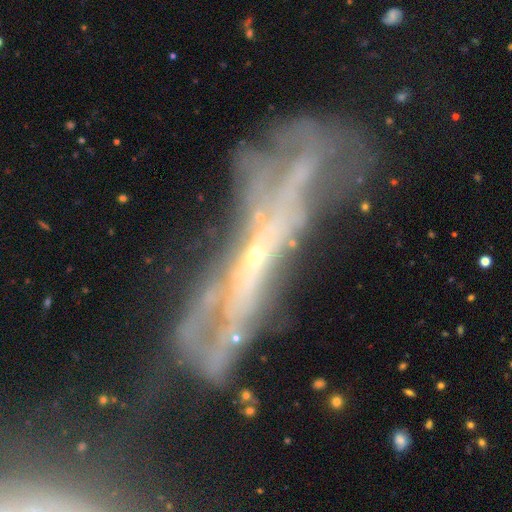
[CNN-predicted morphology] Overall: featured or disk (70%). Edge-on disk: no (65%; yes 35%). Merging: merger (36%; none 25%).